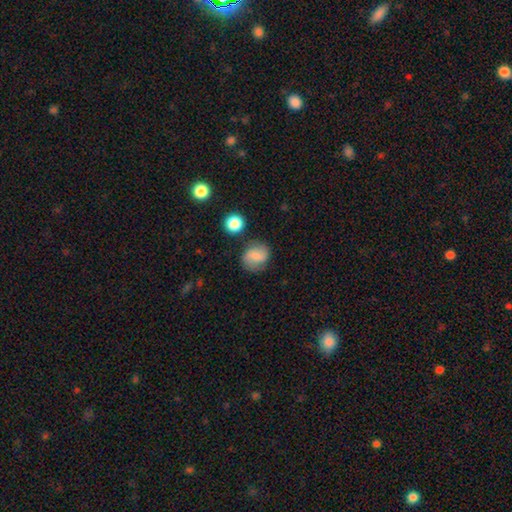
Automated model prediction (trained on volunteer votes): Smooth or featured? Predicted: smooth (p=0.59). How rounded? Predicted: round (p=0.75). Merging? Predicted: none (p=0.77).